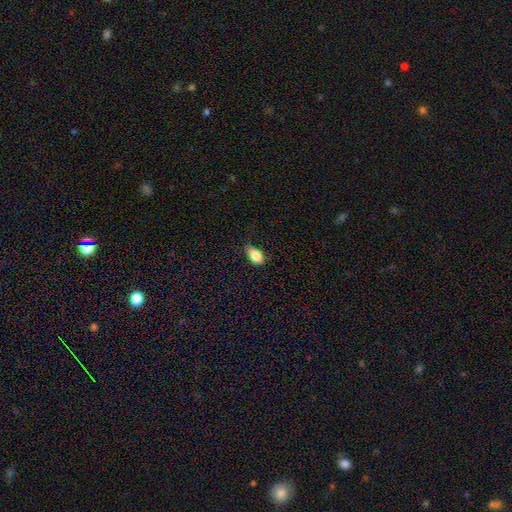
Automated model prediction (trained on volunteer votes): Morphology: type=smooth (84%); roundness=in between (88%); merging=none (66%).